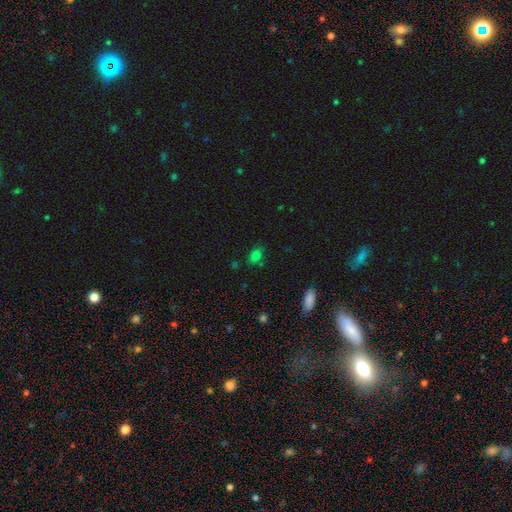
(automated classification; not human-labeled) Smooth or featured?
  - smooth: 71% *
  - star or artifact: 21%
  - featured or disk: 8%
How rounded?
  - in between: 66% *
  - round: 32%
  - cigar-shaped: 3%
Merging?
  - none: 74% *
  - minor disturbance: 18%
  - major disturbance: 5%
  - merger: 4%